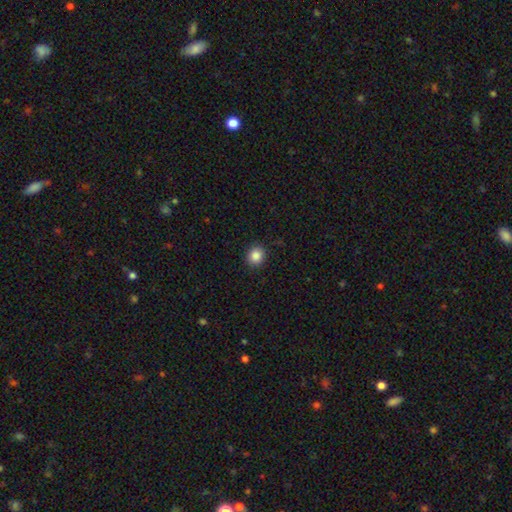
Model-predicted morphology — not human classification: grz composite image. It shows a smooth galaxy with no disk features (86%) that is round (80%). Merging: none (90%).